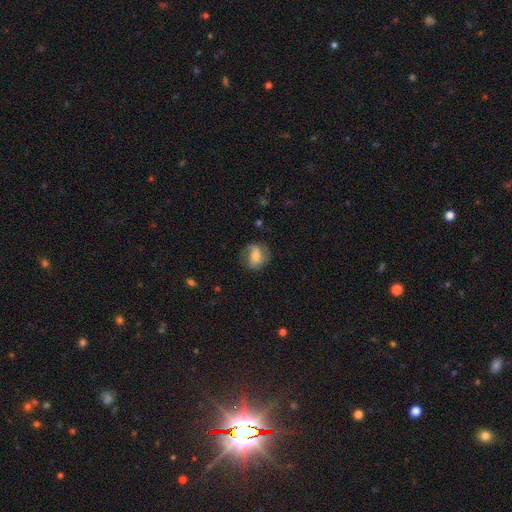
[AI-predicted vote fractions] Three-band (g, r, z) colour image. It shows a featured or disk galaxy (51%). Merging: none (67%).